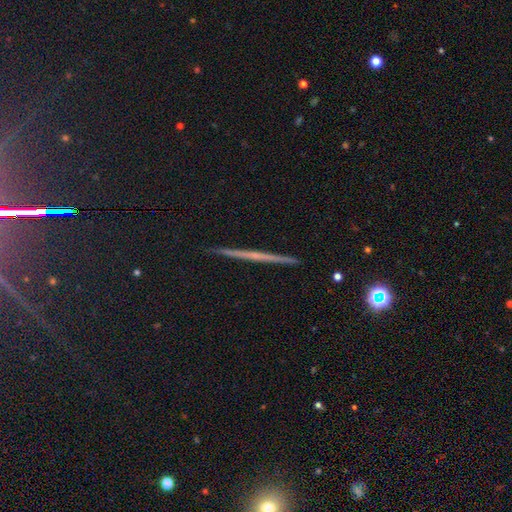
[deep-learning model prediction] Smooth or featured? featured or disk (63%)
Edge-on disk? yes (98%)
Edge-on bulge? none (77%)
Merging? none (93%)